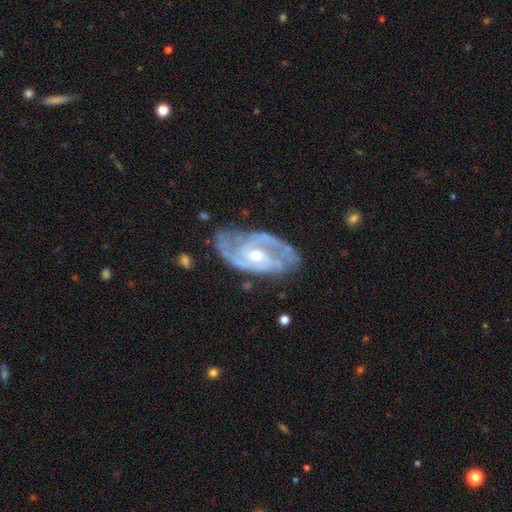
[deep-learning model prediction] This is clearly a featured or disk galaxy (92%). It is clearly not viewed edge-on (96%). Bar: possibly weak (46%). Spiral arm pattern: clearly yes (98%). Spiral arm count: likely 2 (68%). Spiral winding: possibly medium (47%). Central bulge: likely moderate (63%). Merging: likely none (71%).